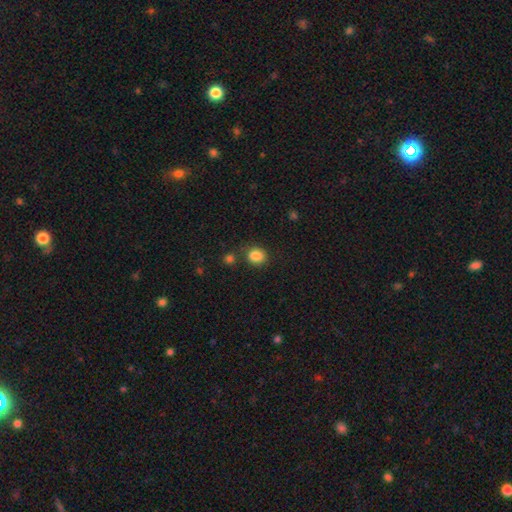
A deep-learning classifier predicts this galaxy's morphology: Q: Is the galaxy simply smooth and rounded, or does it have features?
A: smooth — 86%.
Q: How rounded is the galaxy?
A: round — 63%.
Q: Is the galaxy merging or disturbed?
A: none — 76%.